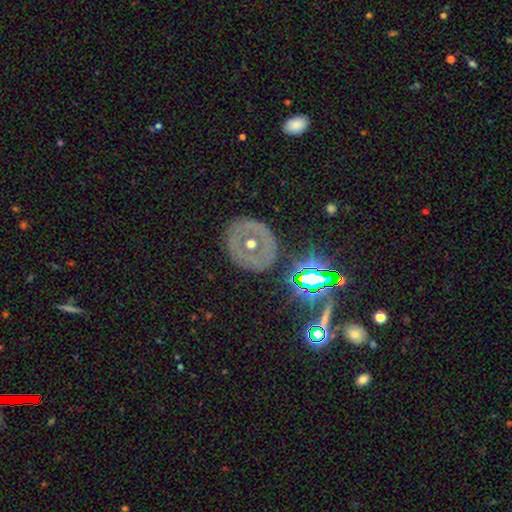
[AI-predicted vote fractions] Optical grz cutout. It shows a featured or disk galaxy (43%). Merging: none (76%).